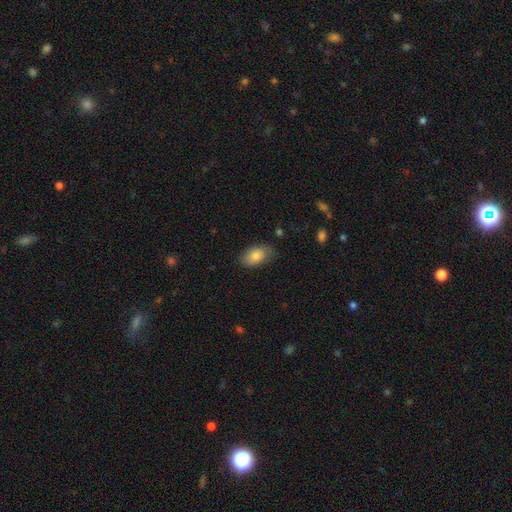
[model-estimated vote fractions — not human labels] Morphology: type=smooth (82%); roundness=in between (92%); merging=none (76%).